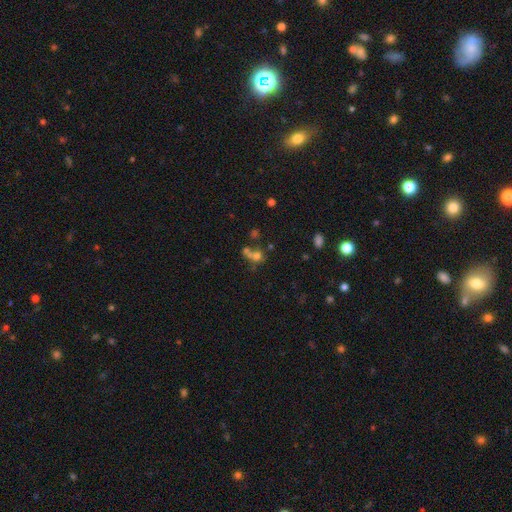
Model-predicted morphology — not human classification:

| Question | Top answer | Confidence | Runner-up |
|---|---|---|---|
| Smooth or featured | smooth | 57% | star or artifact (22%) |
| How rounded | round | 76% | in between (22%) |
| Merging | merger | 48% | none (36%) |